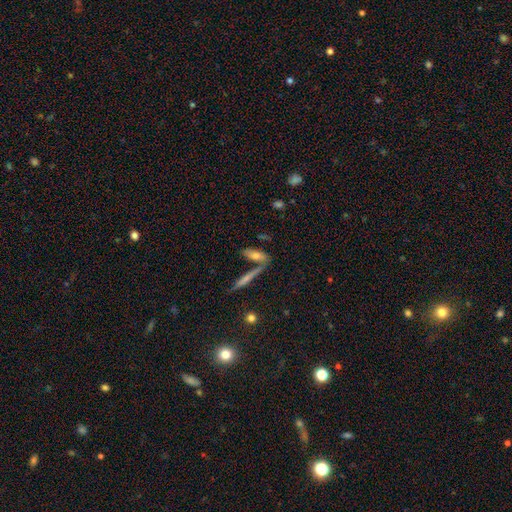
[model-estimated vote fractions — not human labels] The model was most divided on "how rounded": cigar-shaped: 53%, in between: 43%, round: 3%. More confident: smooth or featured — smooth (57%); merging — none (56%).